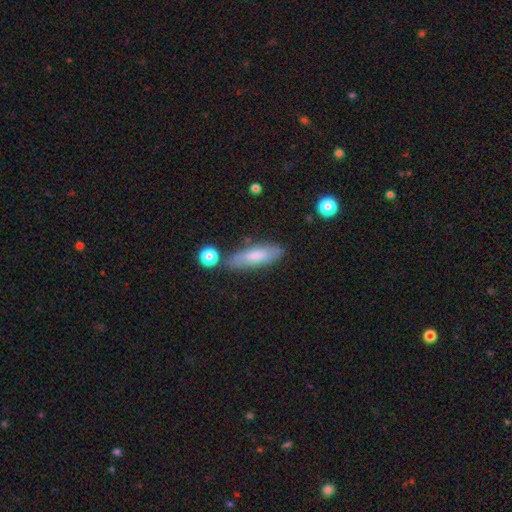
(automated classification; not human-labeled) Smooth or featured? Predicted: smooth (p=0.69). How rounded? Predicted: cigar-shaped (p=0.52). Merging? Predicted: none (p=0.75).